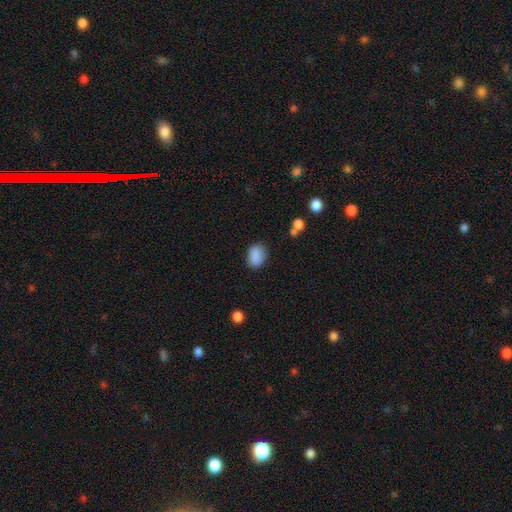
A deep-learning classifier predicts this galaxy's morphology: Overall: smooth (88%). How rounded: in between (76%). Merging: none (80%).